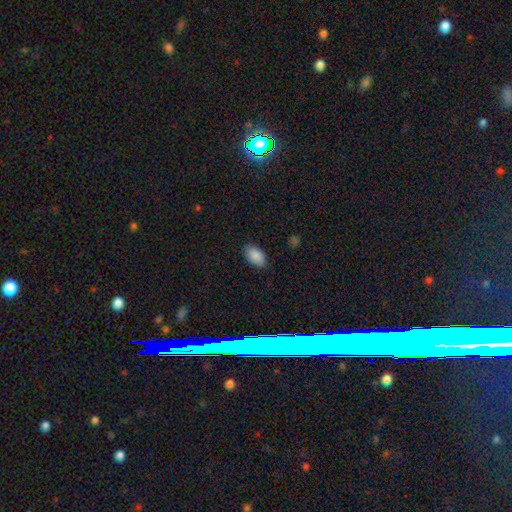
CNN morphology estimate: smooth 89%, star or artifact 7%, featured or disk 4%. Down the decision tree: how rounded — in between (94%); merging — none (85%).